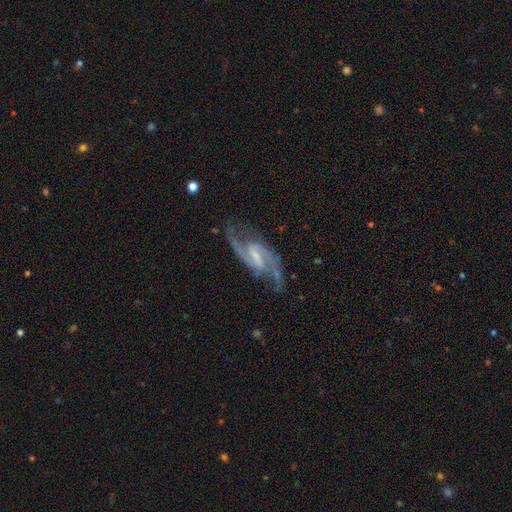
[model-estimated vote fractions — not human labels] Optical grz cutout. It shows a featured or disk galaxy (91%) with a weak bar (51%), 2 (93%) medium (54%) spiral arms (98%) and a small central bulge (53%). Merging: none (77%).